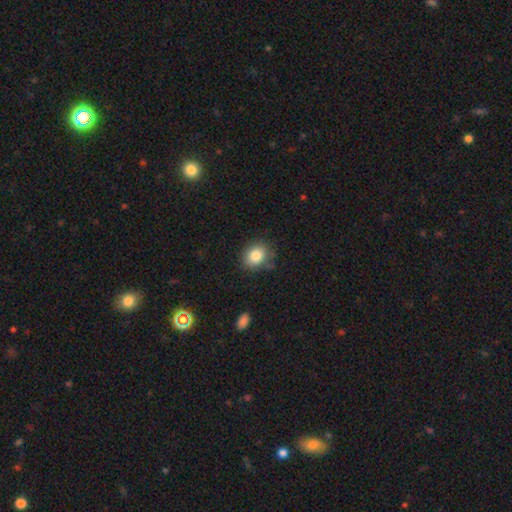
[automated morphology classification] Smooth or featured: smooth — 83% (star or artifact — 9%)
How rounded: round — 52% (in between — 47%)
Merging: none — 78% (minor disturbance — 16%)